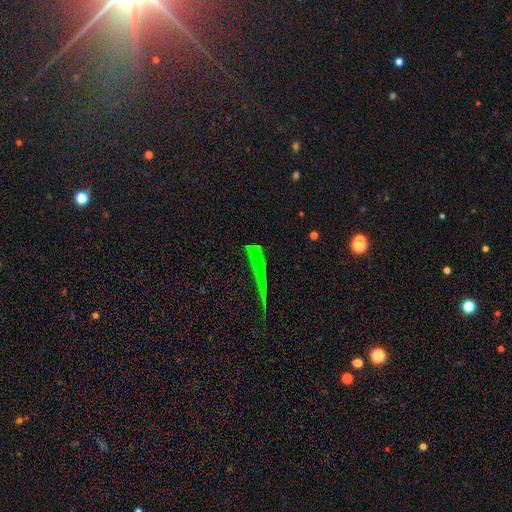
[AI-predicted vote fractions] Smooth or featured: star or artifact — 66% (smooth — 21%)